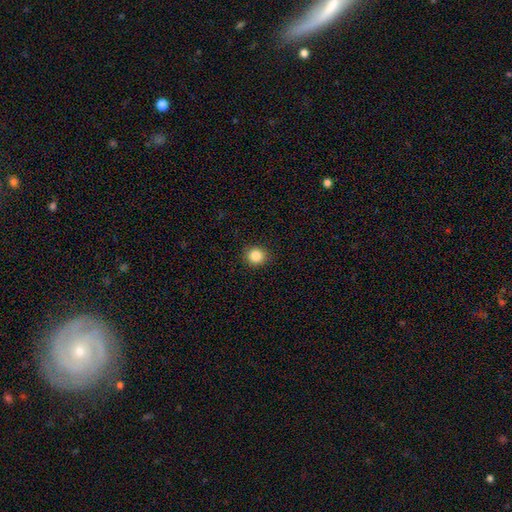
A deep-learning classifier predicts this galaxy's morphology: Overall: smooth (86%). How rounded: round (88%). Merging: none (91%).